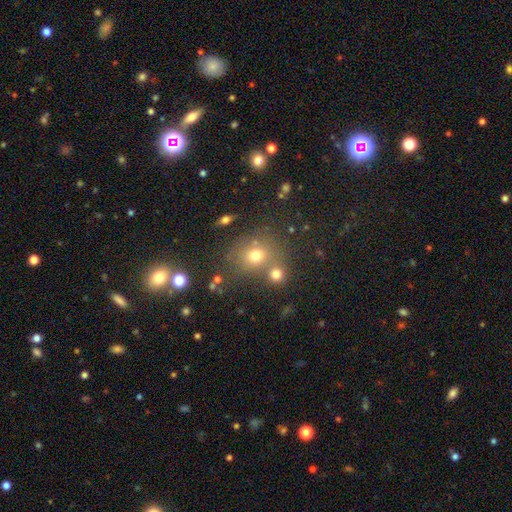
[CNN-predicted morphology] A smooth galaxy with no disk features (70%) that is round (74%).

Vote fractions:
- Smooth or featured? smooth: 70% / star or artifact: 19% / featured or disk: 12%
- How rounded? round: 74% / in between: 25% / cigar-shaped: 1%
- Merging? none: 63% / merger: 22% / minor disturbance: 11% / major disturbance: 5%